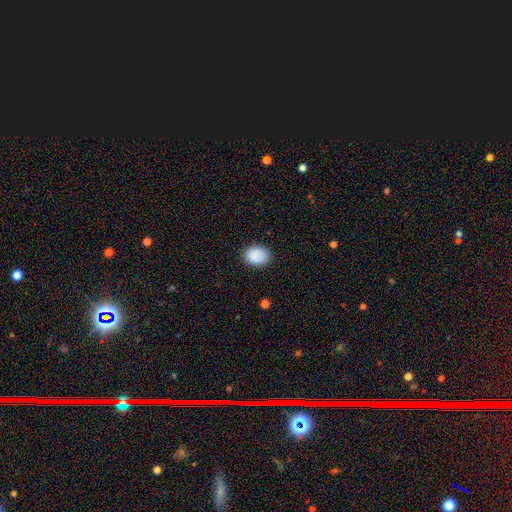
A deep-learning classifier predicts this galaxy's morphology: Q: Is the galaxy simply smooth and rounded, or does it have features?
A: smooth — 89%.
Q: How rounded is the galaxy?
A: in between — 56%.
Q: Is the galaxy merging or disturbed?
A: none — 84%.